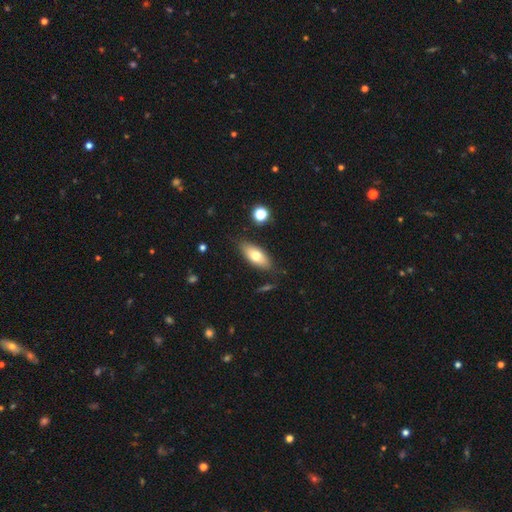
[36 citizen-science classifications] smooth 69%, featured or disk 28%, star or artifact 3%. Down the decision tree: how rounded — in between (84%); merging — none (83%).